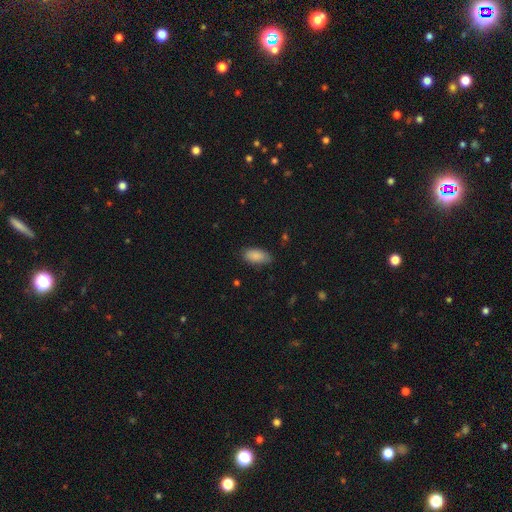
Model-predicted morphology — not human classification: smooth 88%, star or artifact 7%, featured or disk 5%. Down the decision tree: how rounded — in between (91%); merging — none (81%).